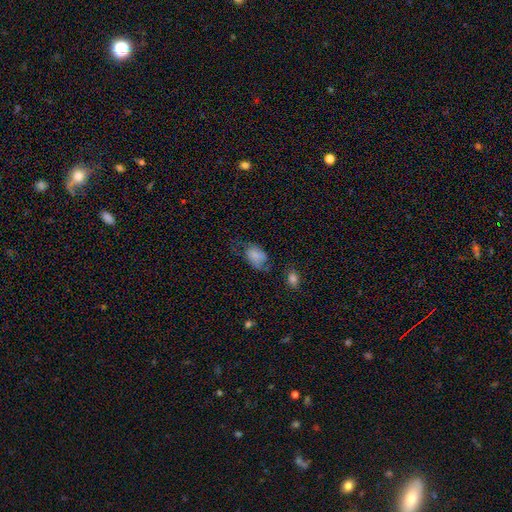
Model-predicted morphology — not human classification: smooth-or-featured: smooth: 66% | featured or disk: 24% | star or artifact: 10%
  how-rounded: in between: 86% | round: 12% | cigar-shaped: 1%
  merging: none: 38% | minor disturbance: 30% | major disturbance: 28% | merger: 4%